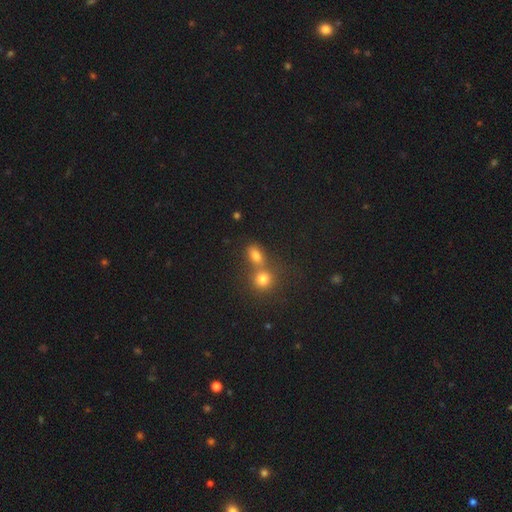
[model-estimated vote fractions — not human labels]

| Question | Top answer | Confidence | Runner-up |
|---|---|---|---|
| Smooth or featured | smooth | 76% | star or artifact (15%) |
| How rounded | in between | 65% | round (32%) |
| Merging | merger | 45% | none (43%) |